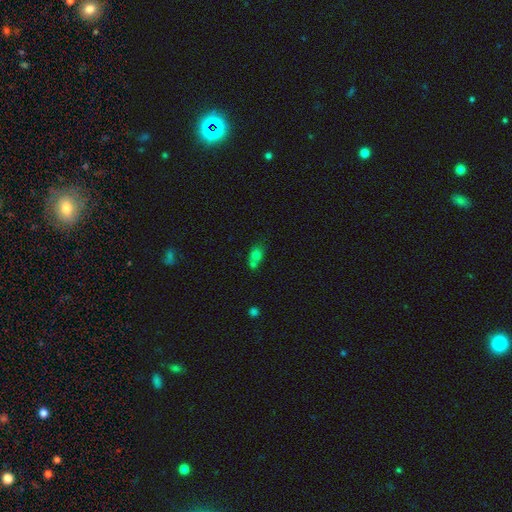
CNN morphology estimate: smooth-or-featured: smooth: 70% | featured or disk: 15% | star or artifact: 15%
  how-rounded: in between: 56% | round: 41% | cigar-shaped: 3%
  merging: merger: 52% | none: 32% | minor disturbance: 11% | major disturbance: 5%